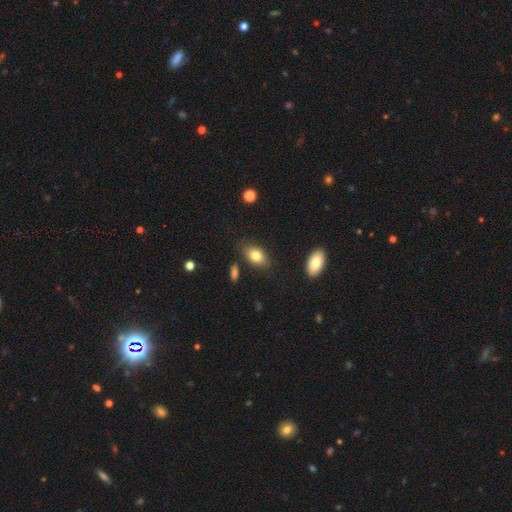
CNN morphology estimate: smooth-or-featured: smooth: 80% | featured or disk: 12% | star or artifact: 8%
  how-rounded: in between: 87% | round: 10% | cigar-shaped: 3%
  merging: none: 80% | minor disturbance: 14% | major disturbance: 3% | merger: 3%